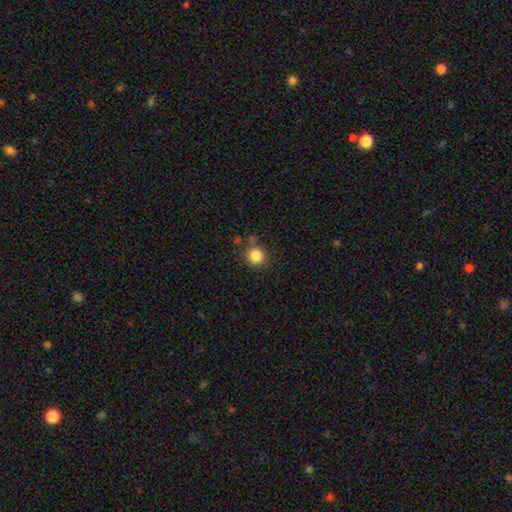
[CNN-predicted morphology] A smooth galaxy with no disk features (84%) that is round (92%). Merging: none (77%).